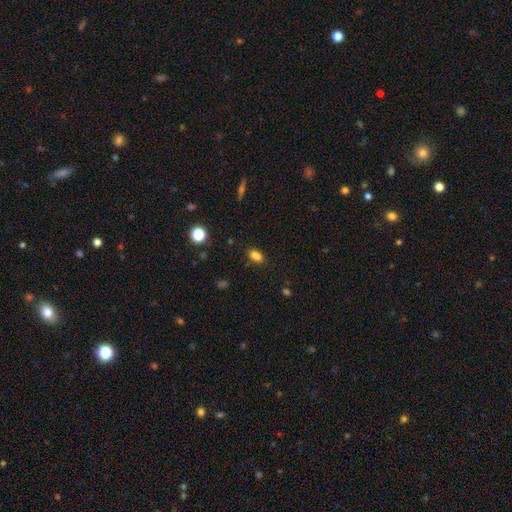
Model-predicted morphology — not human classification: Smooth or featured? Predicted: smooth (p=0.81). How rounded? Predicted: in between (p=0.83). Merging? Predicted: none (p=0.77).